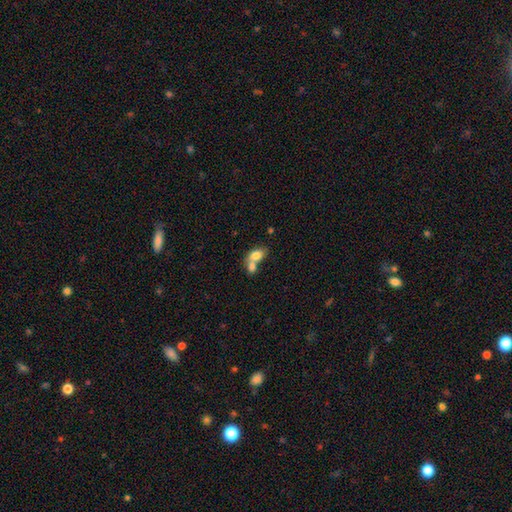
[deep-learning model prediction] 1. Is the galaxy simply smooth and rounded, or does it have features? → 77% smooth, 15% featured or disk, 8% star or artifact.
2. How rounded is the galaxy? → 82% in between, 16% round, 2% cigar-shaped.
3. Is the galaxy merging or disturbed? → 66% merger, 22% none, 7% minor disturbance, 4% major disturbance.